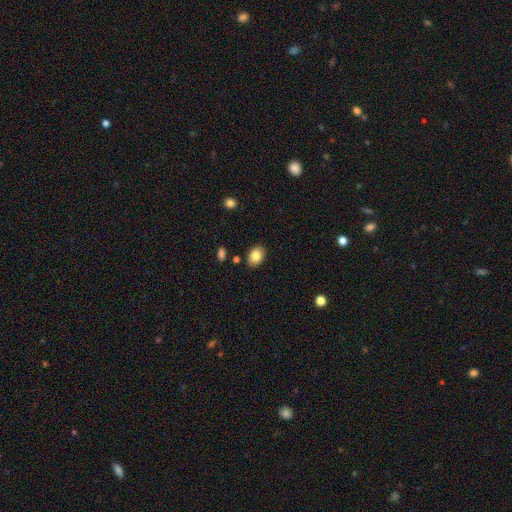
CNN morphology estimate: smooth-or-featured: smooth: 84% | featured or disk: 8% | star or artifact: 8%
  how-rounded: in between: 76% | round: 23% | cigar-shaped: 1%
  merging: none: 85% | minor disturbance: 10% | major disturbance: 2% | merger: 2%